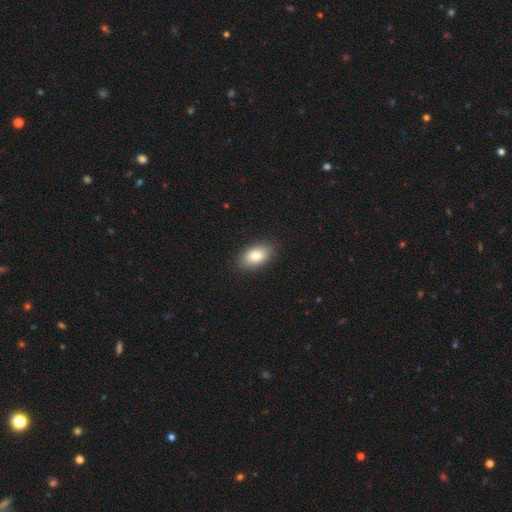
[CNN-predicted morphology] Overall: smooth (84%). How rounded: in between (92%). Merging: none (88%).